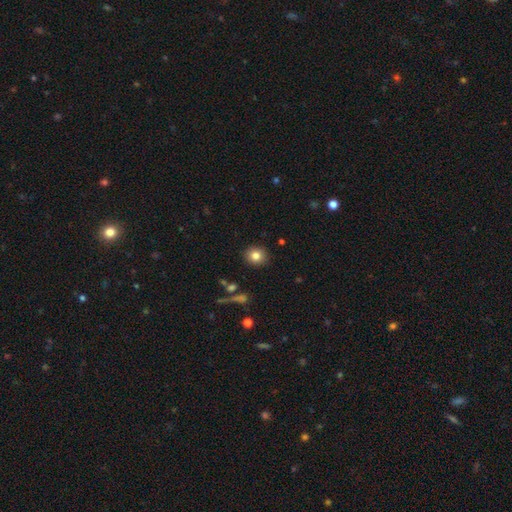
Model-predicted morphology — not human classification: The model was most divided on "how rounded": round: 83%, in between: 16%, cigar-shaped: 1%. More confident: merging — none (90%); smooth or featured — smooth (82%).